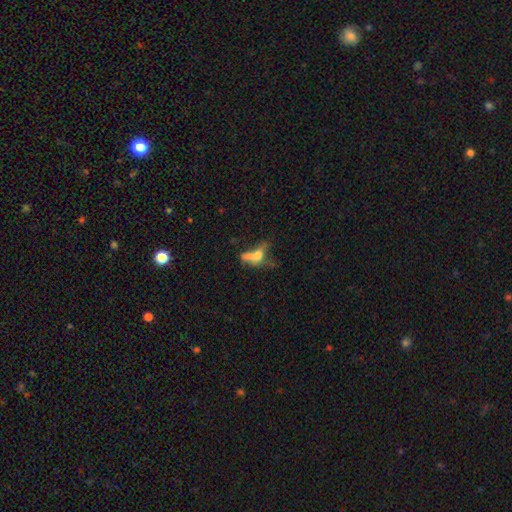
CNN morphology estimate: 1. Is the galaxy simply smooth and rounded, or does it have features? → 46% smooth, 39% featured or disk, 15% star or artifact.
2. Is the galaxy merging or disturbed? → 32% major disturbance, 31% merger, 24% none, 14% minor disturbance.